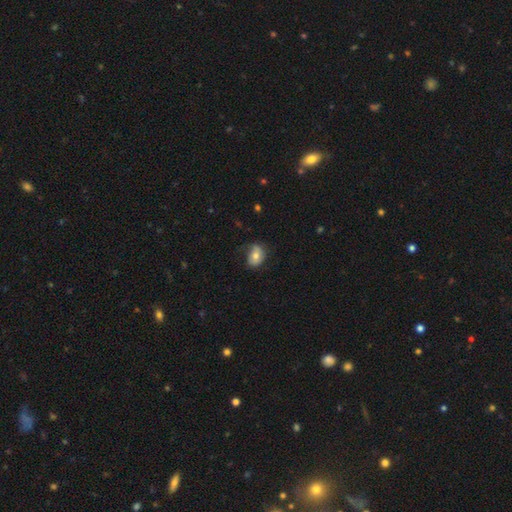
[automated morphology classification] smooth 69%, featured or disk 22%, star or artifact 8%. Down the decision tree: how rounded — in between (75%); merging — none (59%).